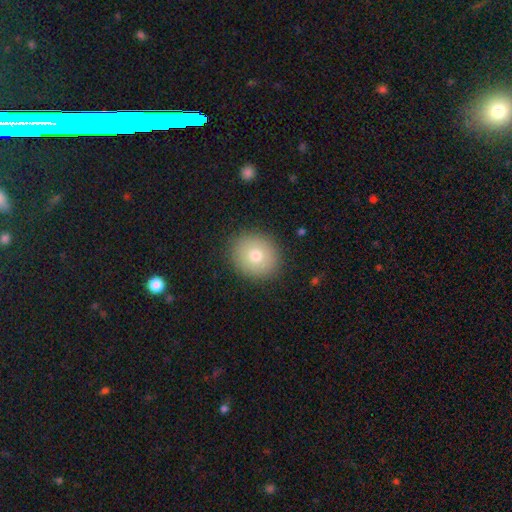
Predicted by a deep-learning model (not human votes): Morphology: type=smooth (75%); roundness=round (78%); merging=none (88%).